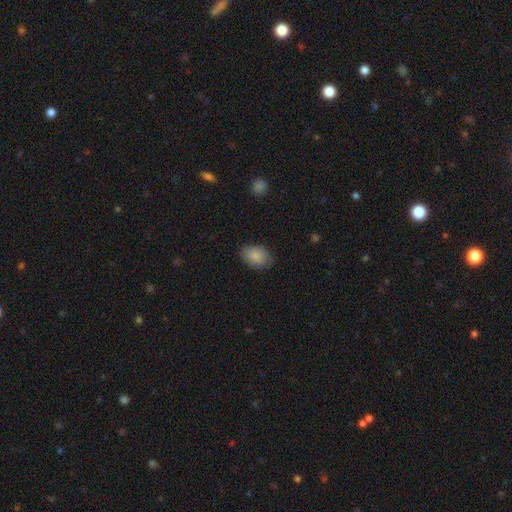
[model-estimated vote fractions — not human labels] This appears to be a smooth galaxy with no disk features (86%) that is in between round and cigar-shaped (84%). Merging: none (81%).